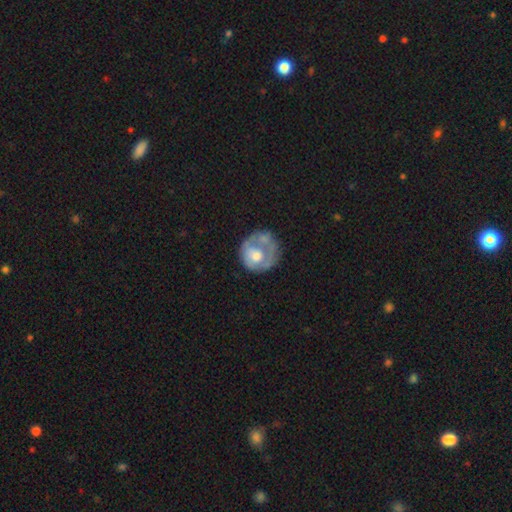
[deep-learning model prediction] Q: Smooth or featured?
A: featured or disk (54%); runner-up: smooth (40%)
Q: Edge-on disk?
A: no (98%); runner-up: yes (2%)
Q: Bar?
A: no (86%); runner-up: weak (11%)
Q: Spiral arms?
A: no (73%); runner-up: yes (27%)
Q: Bulge size?
A: moderate (63%); runner-up: large (17%)
Q: Merging?
A: none (45%); runner-up: minor disturbance (23%)